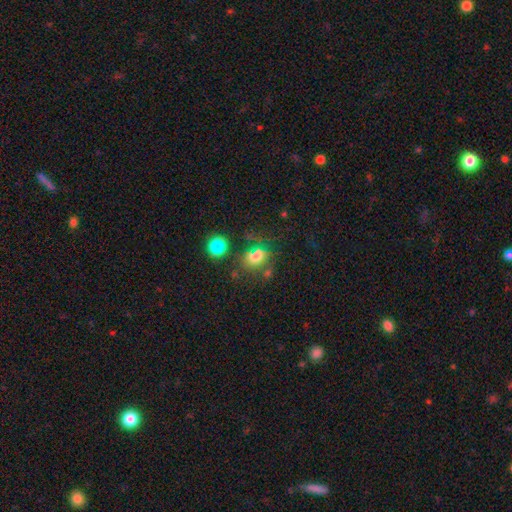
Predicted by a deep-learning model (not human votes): smooth 72%, star or artifact 17%, featured or disk 11%. Down the decision tree: how rounded — in between (51%); merging — none (59%).